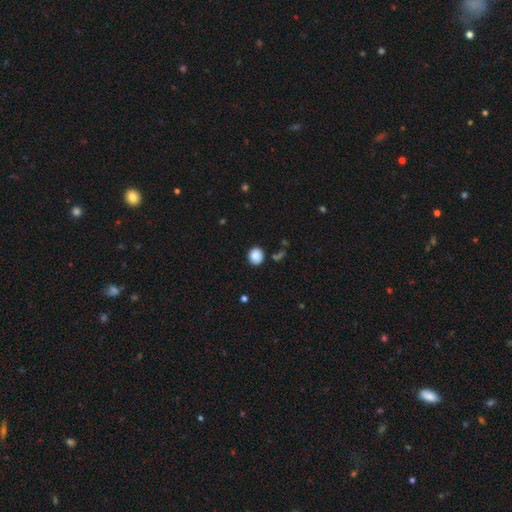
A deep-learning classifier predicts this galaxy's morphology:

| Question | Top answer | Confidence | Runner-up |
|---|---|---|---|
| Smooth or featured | smooth | 87% | star or artifact (9%) |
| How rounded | round | 79% | in between (20%) |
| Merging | none | 84% | minor disturbance (10%) |